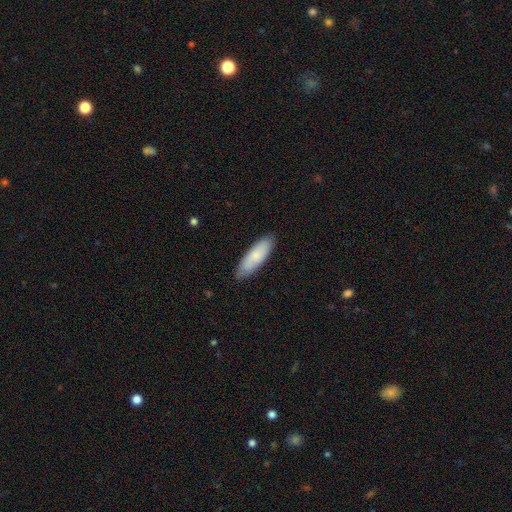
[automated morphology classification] Smooth or featured? Predicted: smooth (p=0.80). How rounded? Predicted: in between (p=0.50). Merging? Predicted: none (p=0.86).